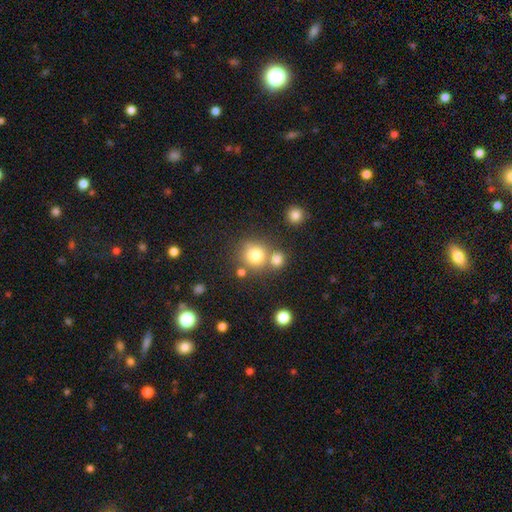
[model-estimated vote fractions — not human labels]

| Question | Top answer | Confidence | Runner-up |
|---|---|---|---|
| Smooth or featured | smooth | 77% | star or artifact (14%) |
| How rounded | round | 89% | in between (10%) |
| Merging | none | 62% | merger (26%) |